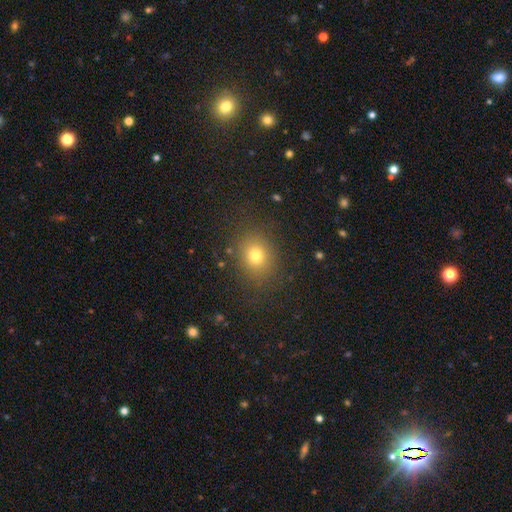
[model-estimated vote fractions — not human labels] Overall: smooth (75%). How rounded: round (57%; in between 42%). Merging: none (84%).